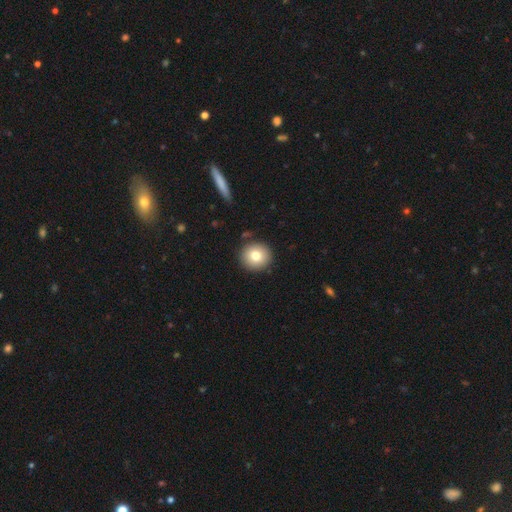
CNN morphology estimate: Q: Smooth or featured?
A: smooth (77%); runner-up: featured or disk (12%)
Q: How rounded?
A: round (92%); runner-up: in between (7%)
Q: Merging?
A: none (89%); runner-up: minor disturbance (7%)